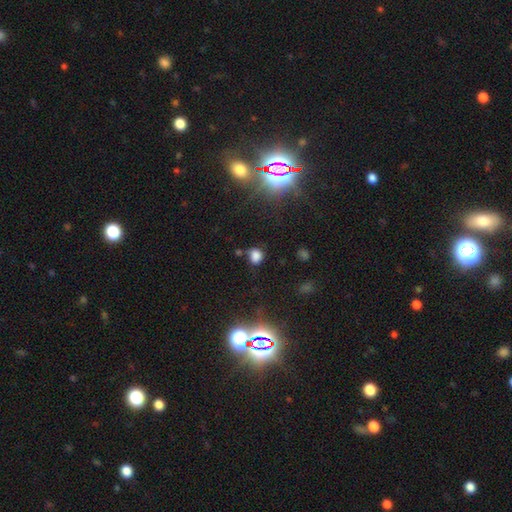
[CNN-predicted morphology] A smooth galaxy with no disk features (73%) that is round (51%).

Vote fractions:
- Smooth or featured? smooth: 73% / star or artifact: 20% / featured or disk: 6%
- How rounded? round: 51% / in between: 47% / cigar-shaped: 1%
- Merging? none: 63% / minor disturbance: 21% / merger: 8% / major disturbance: 8%